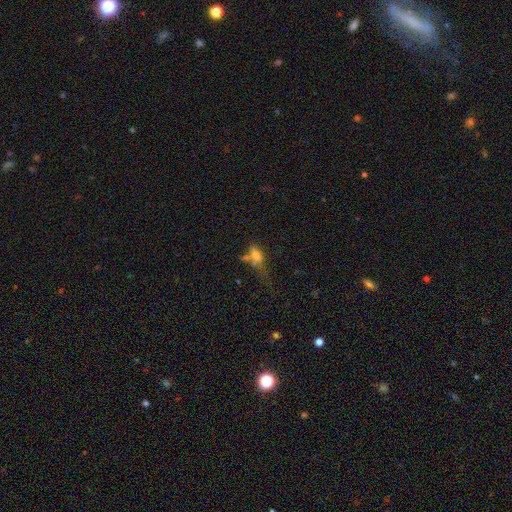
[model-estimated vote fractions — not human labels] A smooth galaxy with no disk features (61%) that is in between round and cigar-shaped (68%). Merging: none (30%, tied with merger).